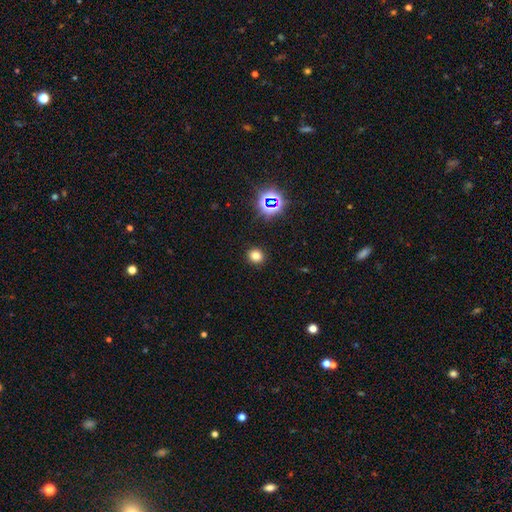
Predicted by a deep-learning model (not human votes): Smooth or featured? smooth (76%)
How rounded? round (82%)
Merging? none (91%)